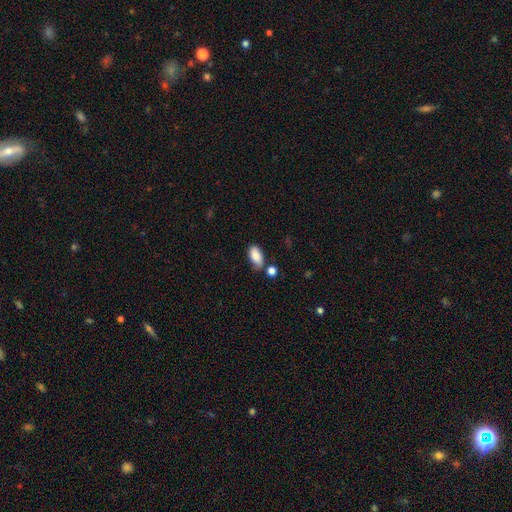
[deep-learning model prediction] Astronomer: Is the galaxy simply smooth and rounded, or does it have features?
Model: smooth — 85%.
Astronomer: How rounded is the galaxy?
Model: in between — 93%.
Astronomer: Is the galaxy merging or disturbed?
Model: none — 61%.